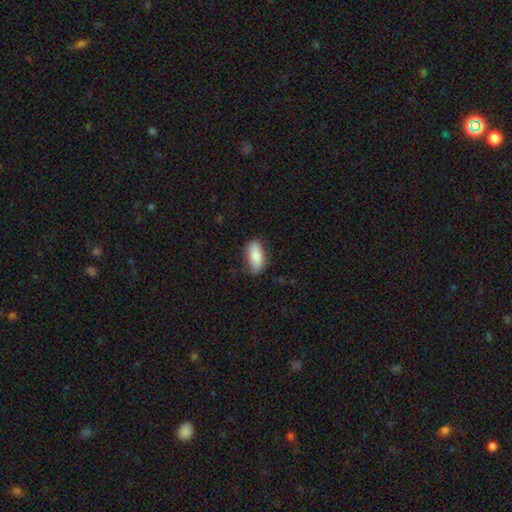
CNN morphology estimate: A smooth galaxy with no disk features (81%) that is in between round and cigar-shaped (90%). Merging: none (68%).